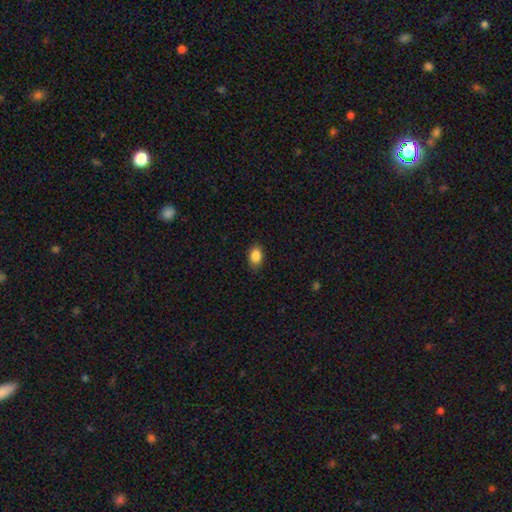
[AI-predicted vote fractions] Smooth or featured? smooth (87%)
How rounded? in between (84%)
Merging? none (85%)